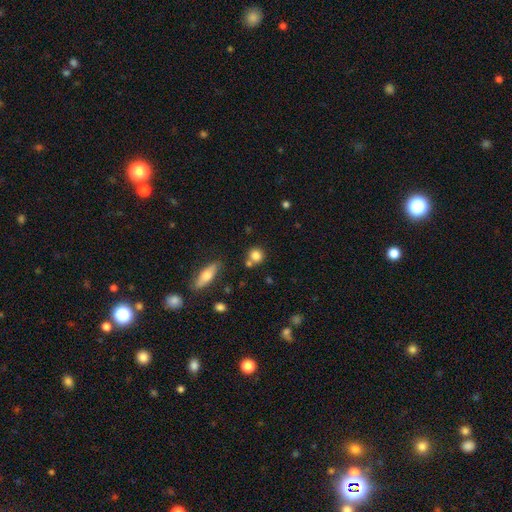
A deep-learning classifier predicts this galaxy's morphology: Smooth or featured: smooth — 81% (star or artifact — 10%)
How rounded: round — 85% (in between — 13%)
Merging: none — 69% (merger — 18%)